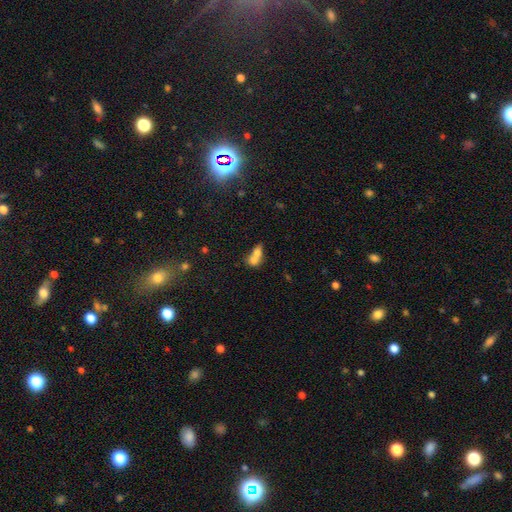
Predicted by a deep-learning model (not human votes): This appears to be a smooth galaxy with no disk features (69%) that is in between round and cigar-shaped (58%). Merging: merger (73%).